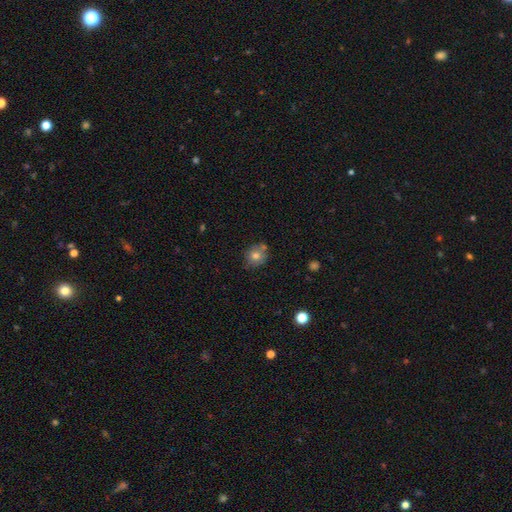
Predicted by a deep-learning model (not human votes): smooth_or_featured: smooth (p=0.76) [alt: featured or disk p=0.13]
how_rounded: round (p=0.78) [alt: in between p=0.21]
merging: none (p=0.68) [alt: minor disturbance p=0.16]